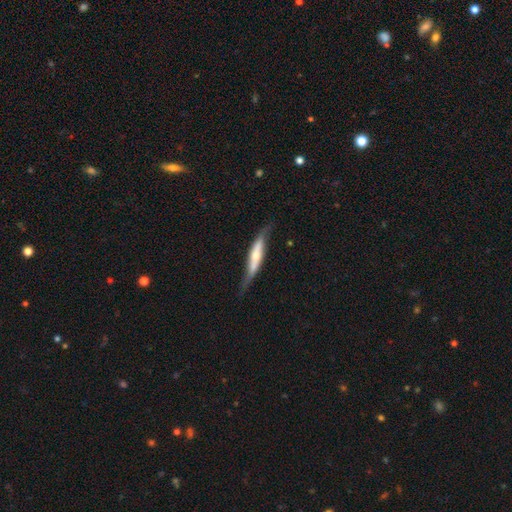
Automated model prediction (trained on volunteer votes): Smooth or featured?
  - featured or disk: 58% *
  - smooth: 37%
  - star or artifact: 5%
Edge-on disk?
  - yes: 79% *
  - no: 21%
Merging?
  - none: 68% *
  - minor disturbance: 23%
  - major disturbance: 7%
  - merger: 2%